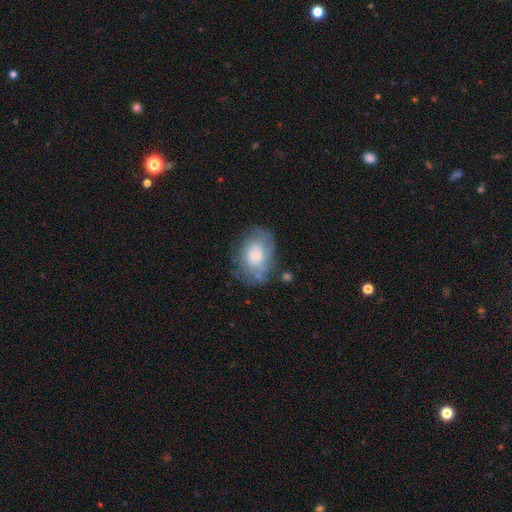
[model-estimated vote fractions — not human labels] This appears to be a smooth galaxy with no disk features (49%). Merging: none (56%).